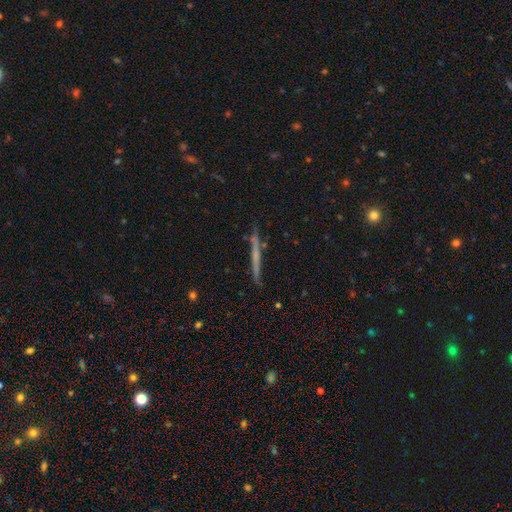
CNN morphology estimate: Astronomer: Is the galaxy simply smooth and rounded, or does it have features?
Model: featured or disk — 56% (runner-up: smooth, 35%).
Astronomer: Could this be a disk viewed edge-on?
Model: yes — 96%.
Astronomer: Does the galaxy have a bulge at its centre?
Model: none — 75%.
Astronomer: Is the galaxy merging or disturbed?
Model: none — 85%.